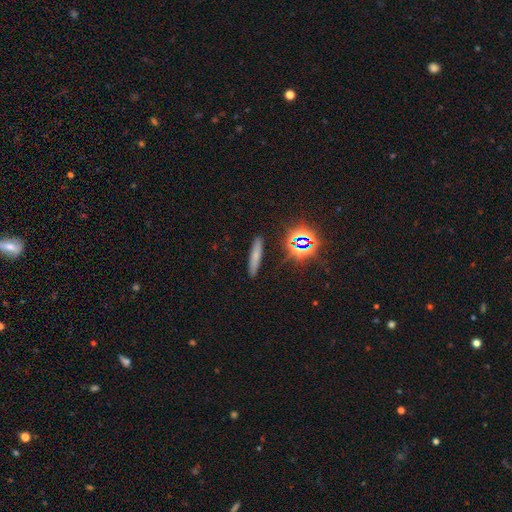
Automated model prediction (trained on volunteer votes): Smooth or featured: smooth — 61% (star or artifact — 21%)
How rounded: cigar-shaped — 85% (in between — 11%)
Merging: none — 87% (minor disturbance — 9%)